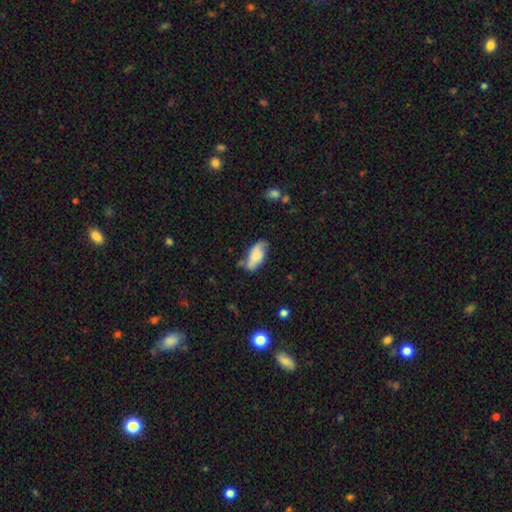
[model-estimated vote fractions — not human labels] smooth-or-featured: smooth: 69% | featured or disk: 24% | star or artifact: 7%
  how-rounded: in between: 89% | cigar-shaped: 8% | round: 3%
  merging: none: 57% | minor disturbance: 29% | major disturbance: 8% | merger: 6%